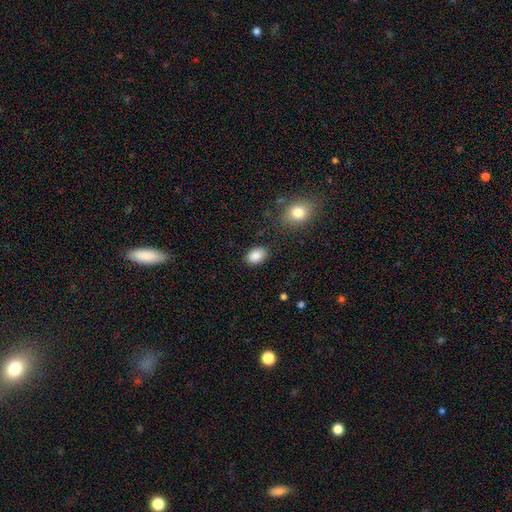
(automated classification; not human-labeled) A smooth galaxy with no disk features (87%) that is in between round and cigar-shaped (82%). Merging: none (83%).